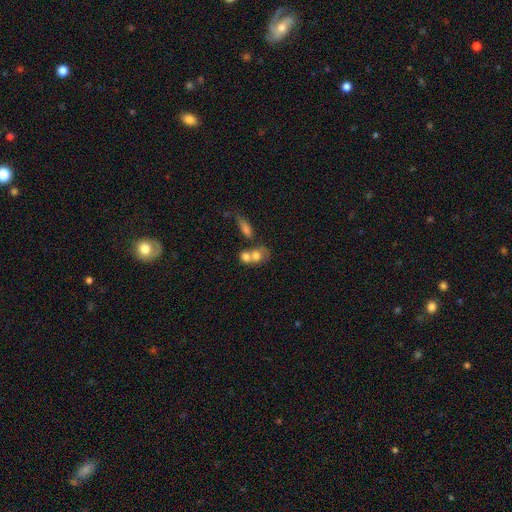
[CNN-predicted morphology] Smooth or featured?
  - smooth: 69% *
  - featured or disk: 22%
  - star or artifact: 9%
How rounded?
  - in between: 52% *
  - round: 45%
  - cigar-shaped: 3%
Merging?
  - merger: 62% *
  - none: 23%
  - minor disturbance: 8%
  - major disturbance: 6%